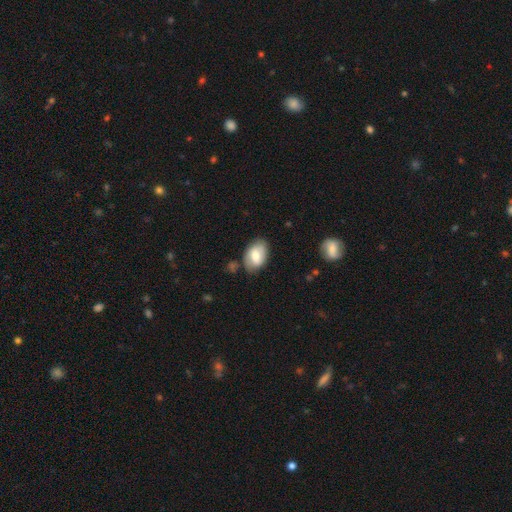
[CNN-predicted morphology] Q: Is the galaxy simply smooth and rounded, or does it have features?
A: smooth — 66%.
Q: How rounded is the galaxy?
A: in between — 89%.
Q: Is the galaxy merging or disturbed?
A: none — 74%.